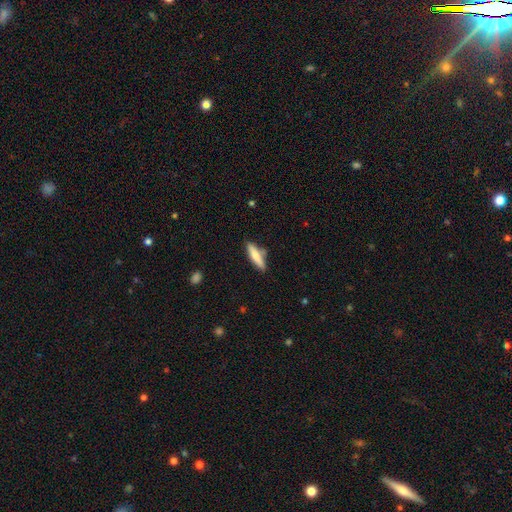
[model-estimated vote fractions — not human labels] Morphology: type=smooth (68%); roundness=cigar-shaped (75%); merging=none (78%).